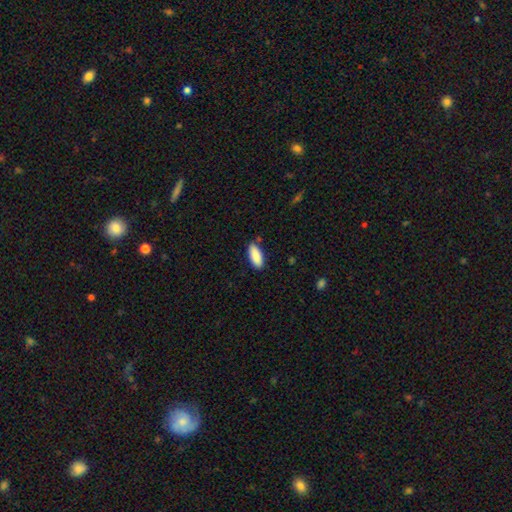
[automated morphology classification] This is clearly a smooth galaxy (90%). How rounded: clearly in between (81%). Merging: clearly none (83%).